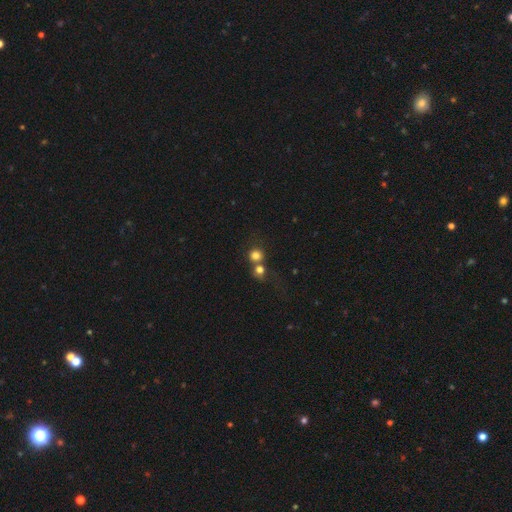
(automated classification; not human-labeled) A smooth galaxy with no disk features (77%) that is round (86%). Merging: merger (44%).